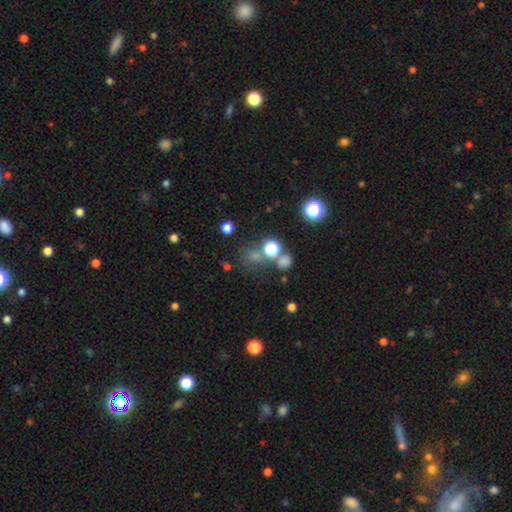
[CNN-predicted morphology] Overall: smooth (57%; star or artifact 34%). How rounded: round (77%). Merging: none (63%).